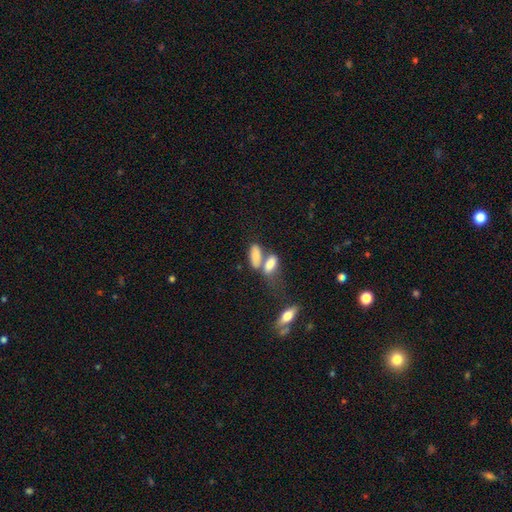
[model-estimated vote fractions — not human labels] Q: Smooth or featured?
A: smooth (79%); runner-up: featured or disk (13%)
Q: How rounded?
A: in between (81%); runner-up: cigar-shaped (16%)
Q: Merging?
A: merger (55%); runner-up: none (29%)